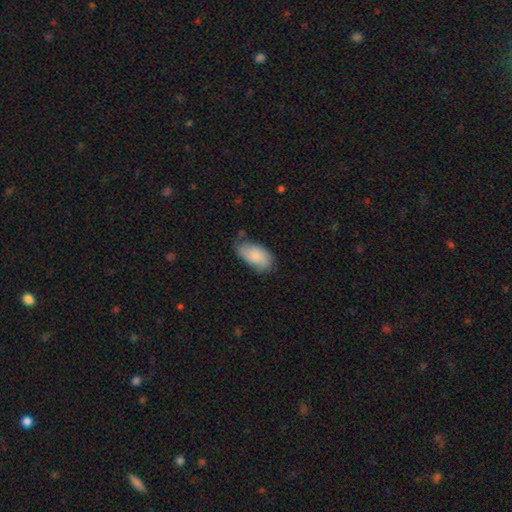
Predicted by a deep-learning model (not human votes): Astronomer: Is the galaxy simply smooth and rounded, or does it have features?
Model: smooth — 83%.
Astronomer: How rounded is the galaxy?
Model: in between — 95%.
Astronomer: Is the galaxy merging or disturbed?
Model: none — 61%.